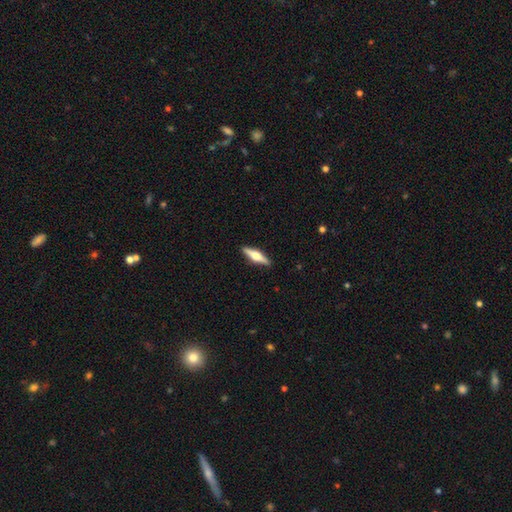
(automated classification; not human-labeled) Smooth or featured? Predicted: featured or disk (p=0.65). Edge-on disk? Predicted: yes (p=0.97). Edge-on bulge? Predicted: rounded (p=0.95). Merging? Predicted: none (p=0.91).